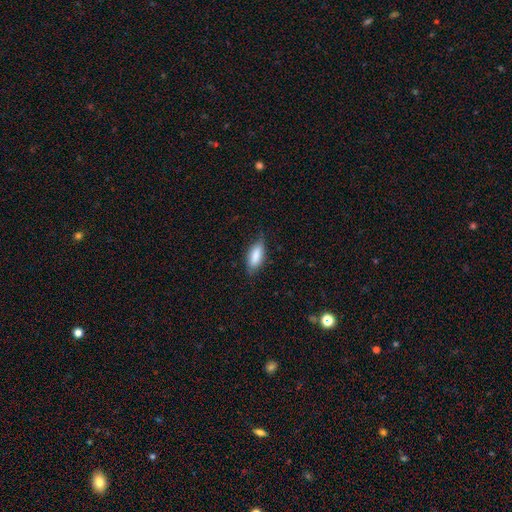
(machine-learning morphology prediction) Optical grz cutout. It shows a smooth galaxy with no disk features (83%) that is in between round and cigar-shaped (76%). Merging: none (74%).